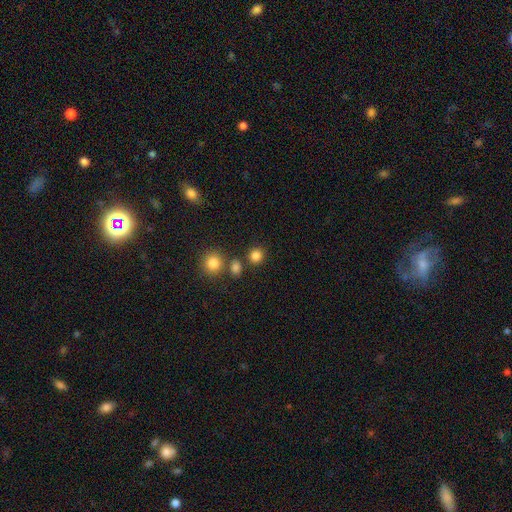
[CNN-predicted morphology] Q: Smooth or featured?
A: smooth (83%); runner-up: star or artifact (13%)
Q: How rounded?
A: round (88%); runner-up: in between (11%)
Q: Merging?
A: none (80%); runner-up: merger (10%)